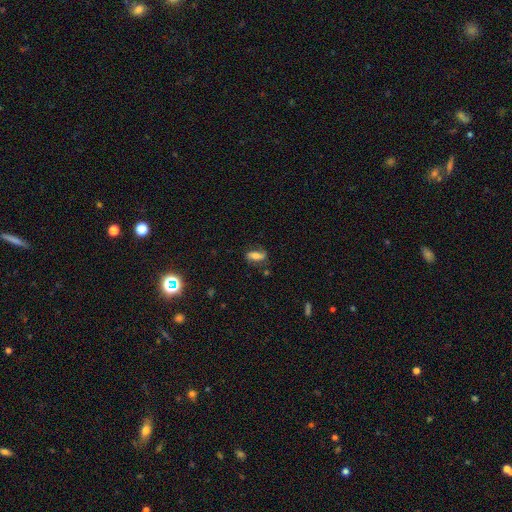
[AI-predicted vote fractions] Overall: smooth (47%; featured or disk 44%). Merging: none (68%).